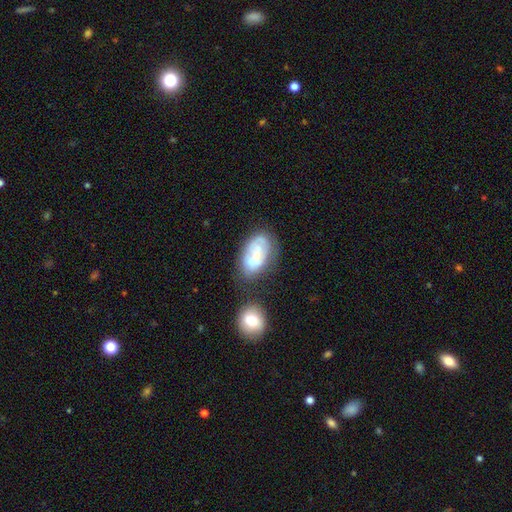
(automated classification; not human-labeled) The model was most divided on "smooth or featured": featured or disk: 55%, smooth: 37%, star or artifact: 8%. Remaining: edge-on disk — no (96%); spiral arms — yes (68%); bar — no (67%); bulge size — small (58%); merging — none (50%).